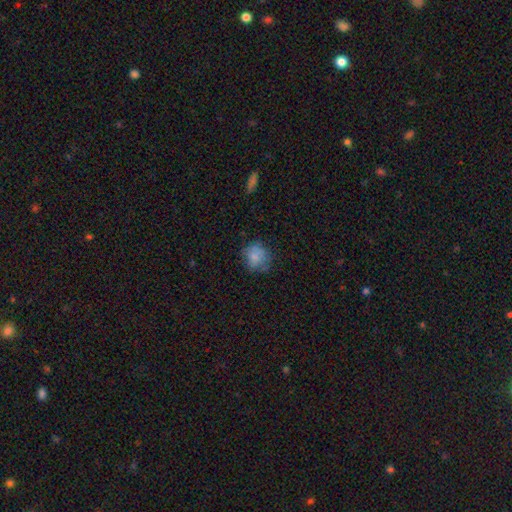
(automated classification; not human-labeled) Morphology: type=smooth (75%); roundness=round (81%); merging=none (67%).